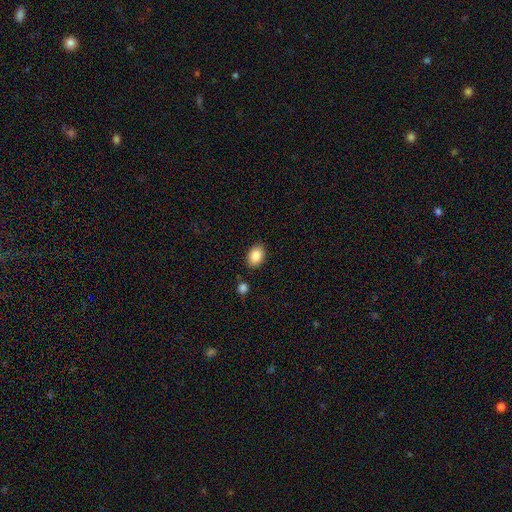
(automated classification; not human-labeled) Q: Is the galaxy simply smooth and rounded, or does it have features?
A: smooth — 87%.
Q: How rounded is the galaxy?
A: in between — 80%.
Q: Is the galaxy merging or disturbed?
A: none — 85%.